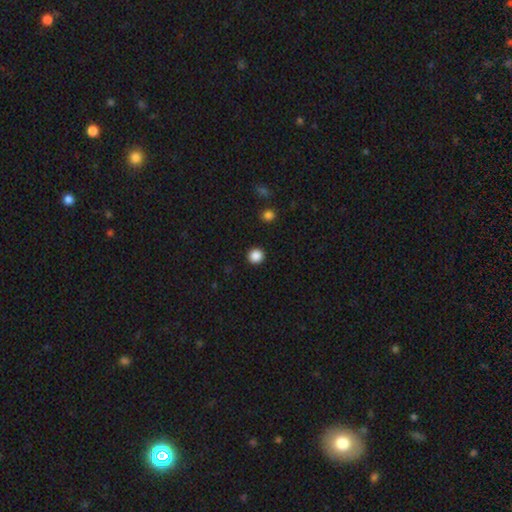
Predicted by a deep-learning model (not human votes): Morphology: type=smooth (87%); roundness=round (93%); merging=none (93%).